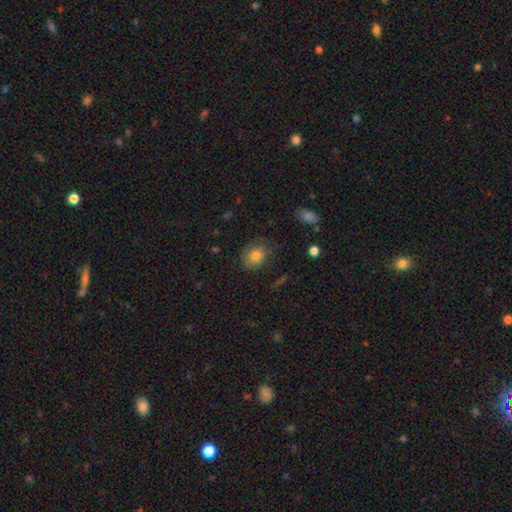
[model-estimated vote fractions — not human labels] Smooth or featured? Predicted: smooth (p=0.79). How rounded? Predicted: in between (p=0.54). Merging? Predicted: none (p=0.69).